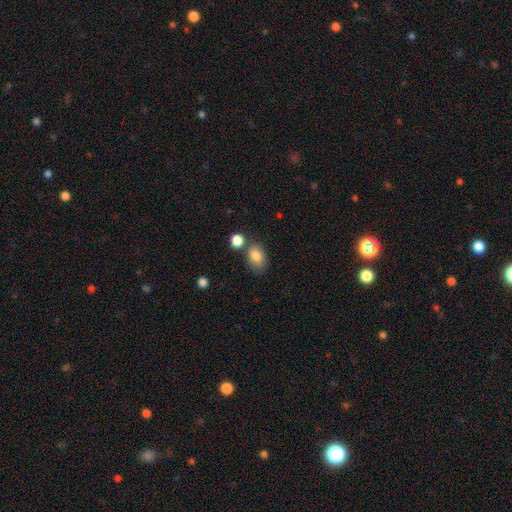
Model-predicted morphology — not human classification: type=smooth (83%); roundness=in between (78%); merging=none (66%).